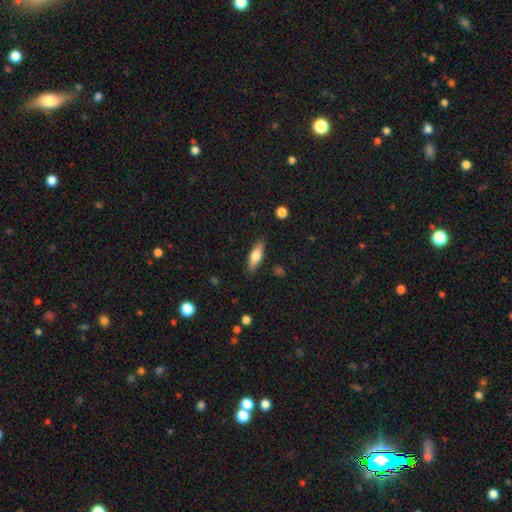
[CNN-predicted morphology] Smooth or featured?
  - smooth: 67% *
  - featured or disk: 26%
  - star or artifact: 6%
How rounded?
  - in between: 53% *
  - cigar-shaped: 45%
  - round: 3%
Merging?
  - none: 85% *
  - minor disturbance: 11%
  - major disturbance: 2%
  - merger: 1%